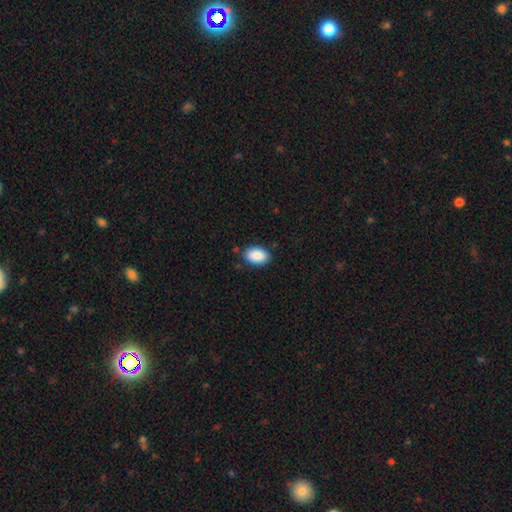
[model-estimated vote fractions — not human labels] This is clearly a smooth galaxy (90%). How rounded: clearly in between (93%). Merging: clearly none (85%).